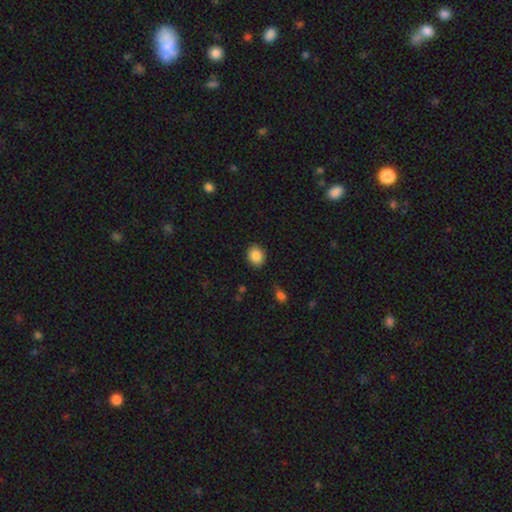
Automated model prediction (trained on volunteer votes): Smooth or featured? Predicted: smooth (p=0.87). How rounded? Predicted: round (p=0.55). Merging? Predicted: none (p=0.88).